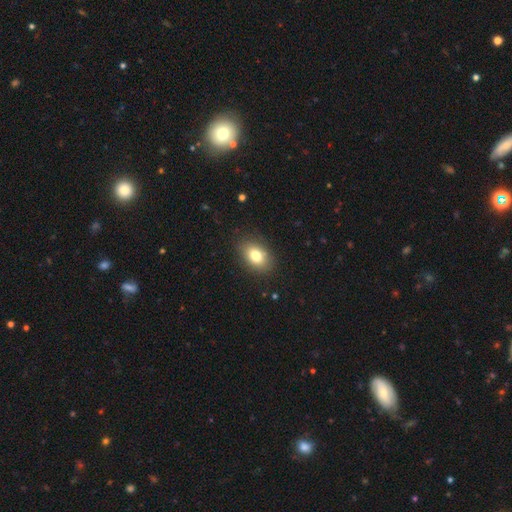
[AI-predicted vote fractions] smooth 79%, featured or disk 12%, star or artifact 10%. Down the decision tree: how rounded — in between (79%); merging — none (85%).